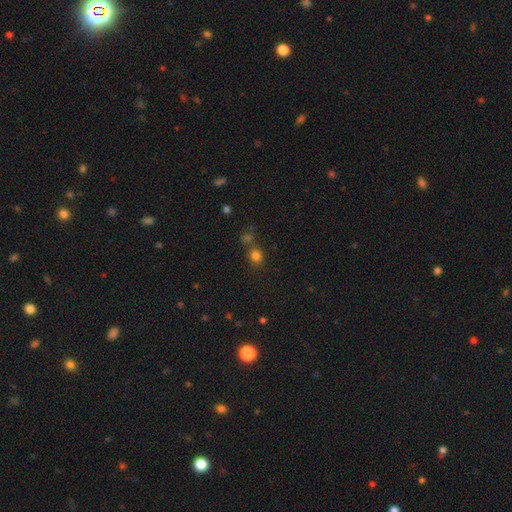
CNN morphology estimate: This appears to be a smooth galaxy with no disk features (76%) that is round (80%). Merging: none (67%).